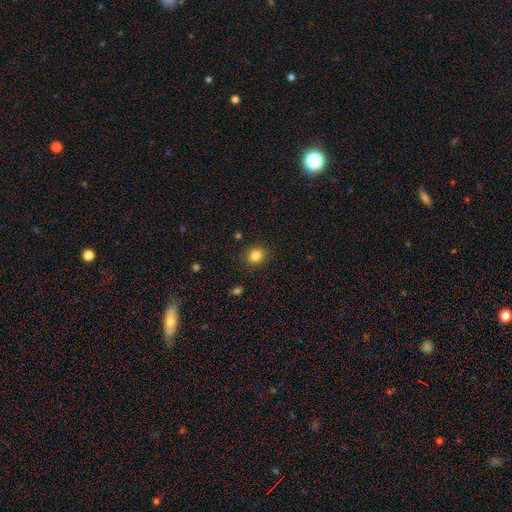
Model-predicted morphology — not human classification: A smooth galaxy with no disk features (83%) that is round (77%). Merging: none (89%).